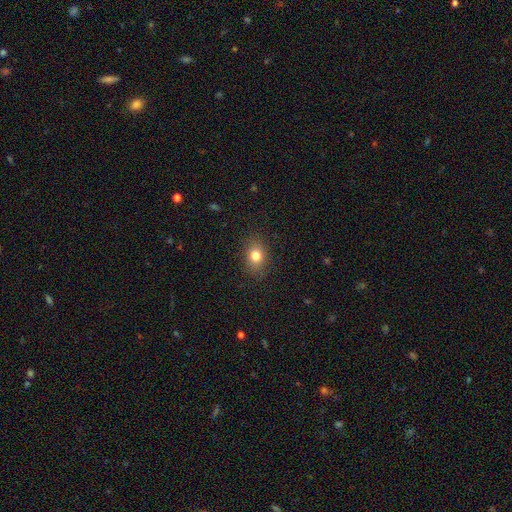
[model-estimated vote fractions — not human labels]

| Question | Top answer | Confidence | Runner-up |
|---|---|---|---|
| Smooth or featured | smooth | 80% | star or artifact (12%) |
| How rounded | in between | 60% | round (38%) |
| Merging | none | 86% | minor disturbance (10%) |